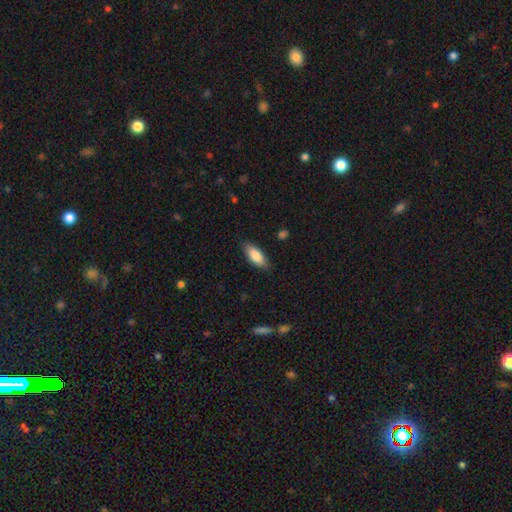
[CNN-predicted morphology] The model was most divided on "how rounded": in between: 79%, cigar-shaped: 19%, round: 2%. More confident: merging — none (85%); smooth or featured — smooth (84%).